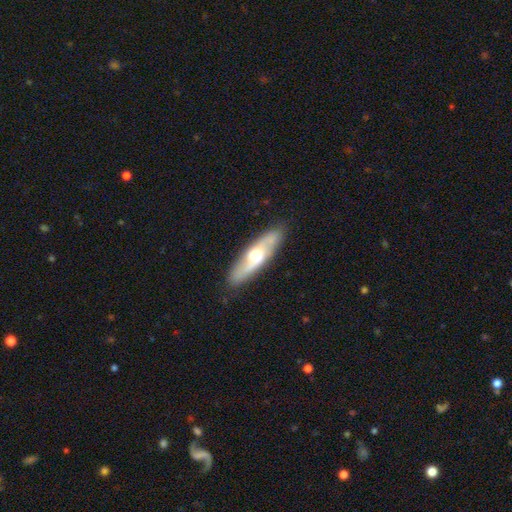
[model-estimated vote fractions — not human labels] A featured or disk galaxy (58%) viewed edge-on (51%). Merging: none (86%).